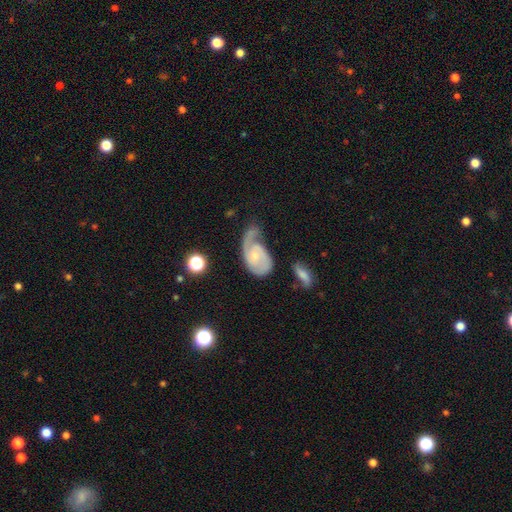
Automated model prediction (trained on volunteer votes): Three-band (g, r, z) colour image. It shows a featured or disk galaxy (78%) with no bar (68%), 1 (52%) medium (39%) spiral arms (92%) and a small central bulge (66%). Merging: major disturbance (35%).